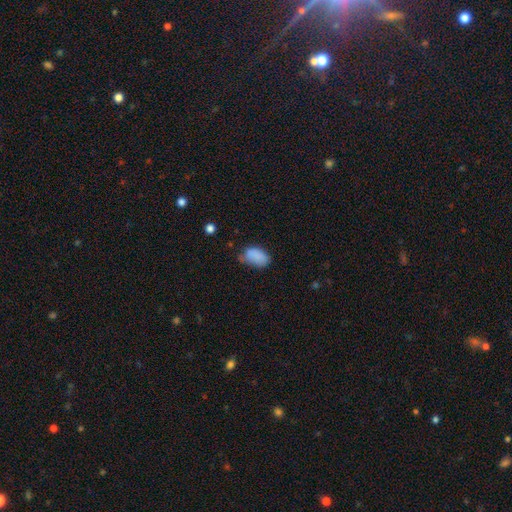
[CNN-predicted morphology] type=smooth (84%); roundness=in between (91%); merging=none (43%).